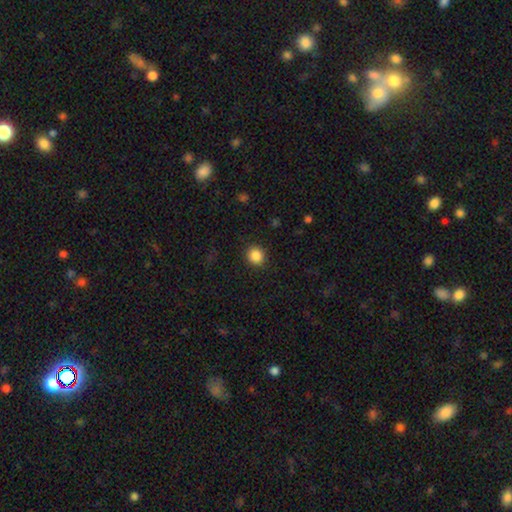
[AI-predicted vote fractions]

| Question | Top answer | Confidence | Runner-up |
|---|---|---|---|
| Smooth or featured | smooth | 87% | star or artifact (10%) |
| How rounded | round | 86% | in between (13%) |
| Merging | none | 90% | minor disturbance (7%) |